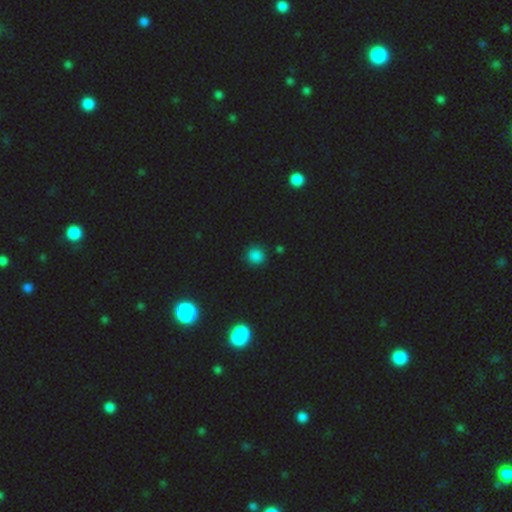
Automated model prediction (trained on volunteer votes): The model was most divided on "smooth or featured": smooth: 78%, star or artifact: 18%, featured or disk: 4%. More confident: how rounded — round (90%); merging — none (89%).